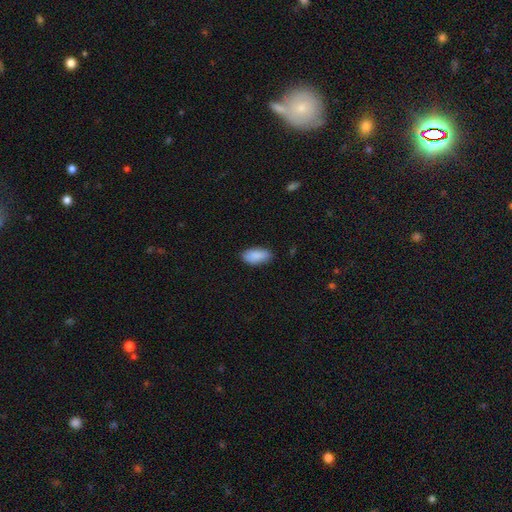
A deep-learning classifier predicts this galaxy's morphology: Smooth or featured?
  - smooth: 89% *
  - star or artifact: 6%
  - featured or disk: 5%
How rounded?
  - in between: 91% *
  - cigar-shaped: 7%
  - round: 2%
Merging?
  - none: 83% *
  - minor disturbance: 14%
  - major disturbance: 2%
  - merger: 1%